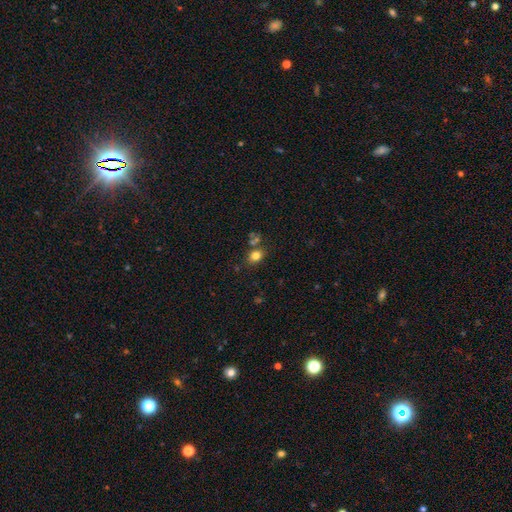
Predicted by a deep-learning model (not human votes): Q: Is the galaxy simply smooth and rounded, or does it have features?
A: smooth — 79%.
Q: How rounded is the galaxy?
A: in between — 52%.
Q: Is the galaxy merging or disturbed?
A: none — 70%.